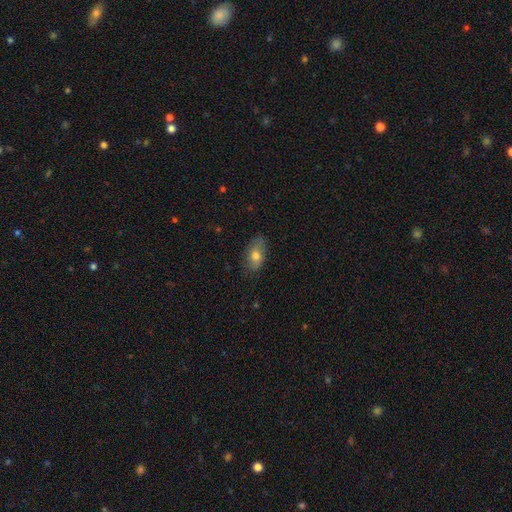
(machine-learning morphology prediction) type=smooth (72%); roundness=in between (90%); merging=none (78%).